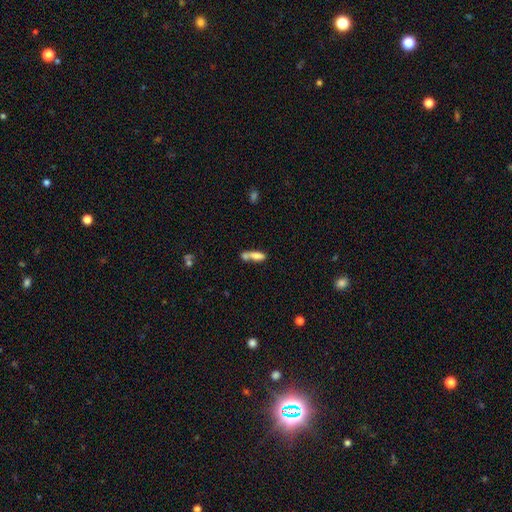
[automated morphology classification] A smooth galaxy with no disk features (74%) that is in between round and cigar-shaped (54%). Merging: merger (51%).